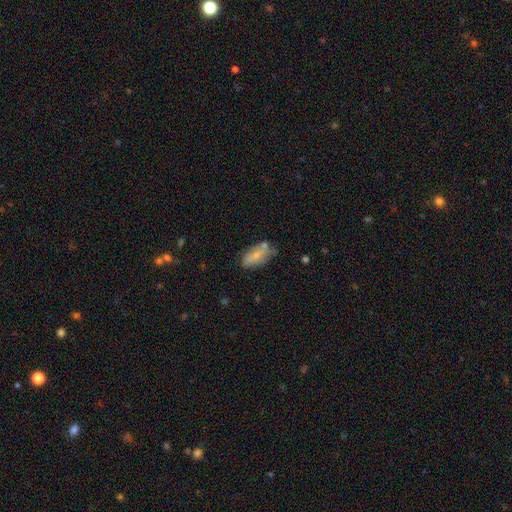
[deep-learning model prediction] This is likely a smooth galaxy (74%). How rounded: clearly in between (83%). Merging: possibly none (58%).